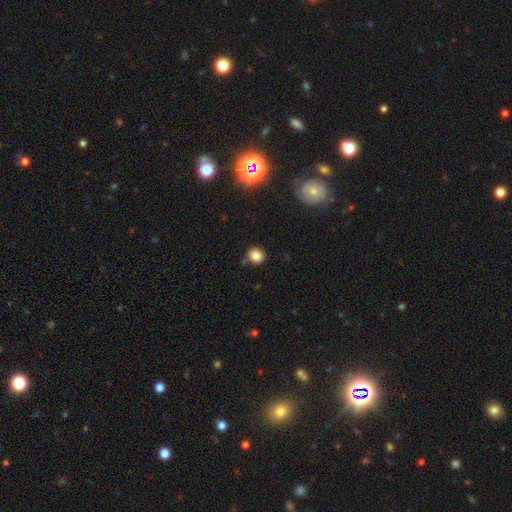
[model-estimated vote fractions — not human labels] Smooth or featured: smooth — 83% (star or artifact — 12%)
How rounded: round — 91% (in between — 8%)
Merging: none — 79% (minor disturbance — 13%)